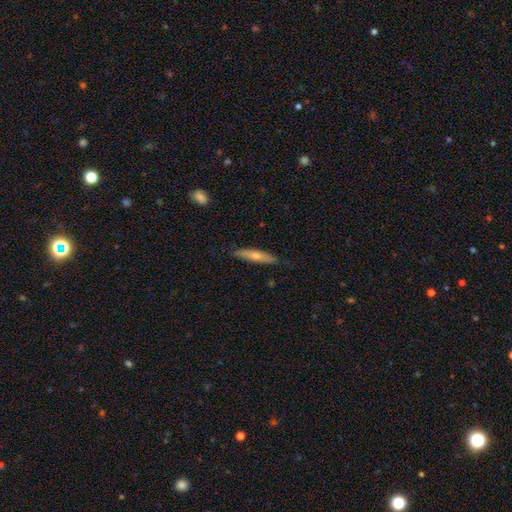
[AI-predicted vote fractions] Smooth or featured?
  - smooth: 61% *
  - featured or disk: 34%
  - star or artifact: 6%
How rounded?
  - cigar-shaped: 85% *
  - in between: 14%
  - round: 2%
Merging?
  - none: 85% *
  - minor disturbance: 12%
  - major disturbance: 2%
  - merger: 1%